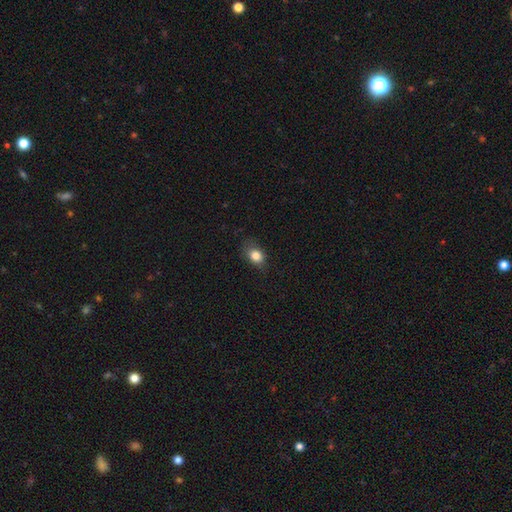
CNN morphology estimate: smooth_or_featured: smooth (p=0.82) [alt: star or artifact p=0.10]
how_rounded: in between (p=0.63) [alt: round p=0.36]
merging: none (p=0.69) [alt: minor disturbance p=0.23]